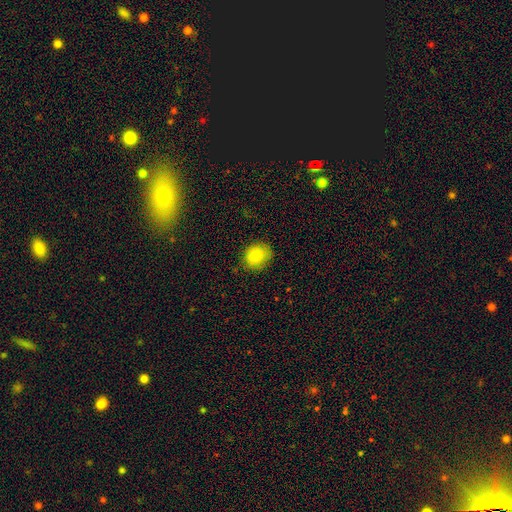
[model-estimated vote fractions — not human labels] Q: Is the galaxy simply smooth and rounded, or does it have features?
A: smooth — 83%.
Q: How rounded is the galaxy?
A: round — 73%.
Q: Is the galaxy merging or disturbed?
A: none — 80%.